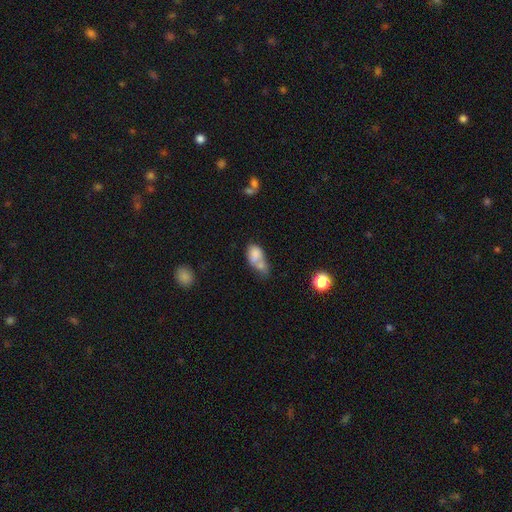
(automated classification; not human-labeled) Smooth or featured: smooth — 74% (featured or disk — 16%)
How rounded: in between — 80% (round — 17%)
Merging: merger — 60% (none — 17%)